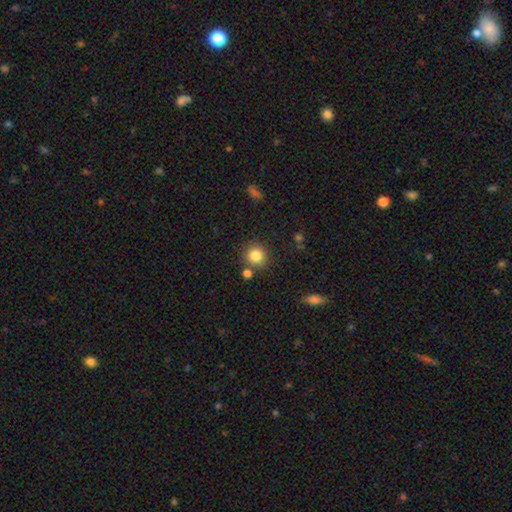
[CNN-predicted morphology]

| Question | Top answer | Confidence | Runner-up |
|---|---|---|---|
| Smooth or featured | smooth | 84% | star or artifact (11%) |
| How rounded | round | 89% | in between (10%) |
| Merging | none | 79% | minor disturbance (9%) |